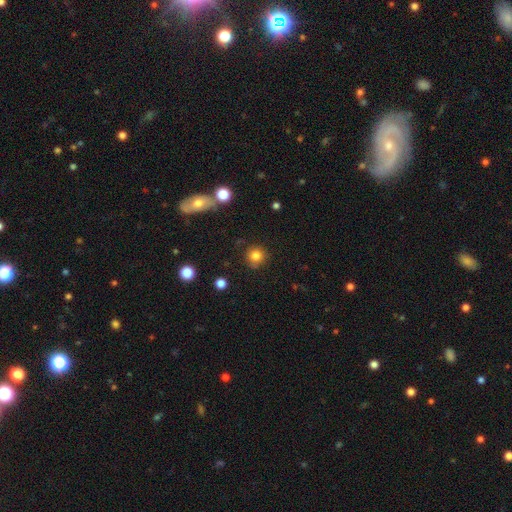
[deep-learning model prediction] Overall: smooth (81%). How rounded: round (92%). Merging: none (84%).